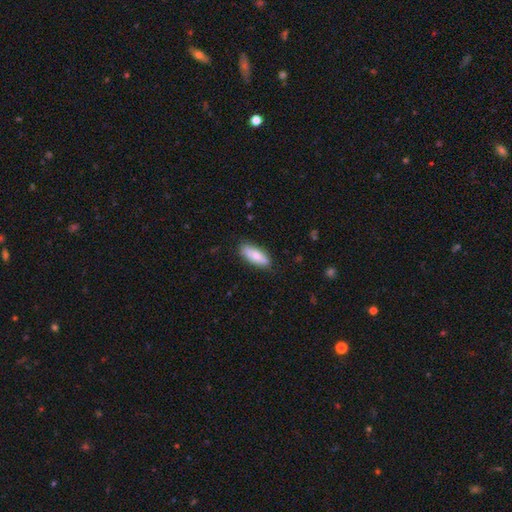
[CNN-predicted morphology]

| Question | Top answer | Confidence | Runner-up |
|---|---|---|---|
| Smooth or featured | smooth | 76% | featured or disk (19%) |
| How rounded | in between | 75% | cigar-shaped (23%) |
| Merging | none | 82% | minor disturbance (14%) |